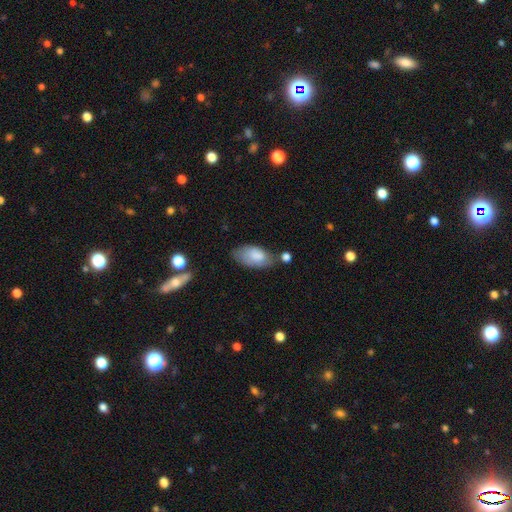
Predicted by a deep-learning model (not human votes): Smooth or featured? smooth (78%)
How rounded? in between (93%)
Merging? none (52%)